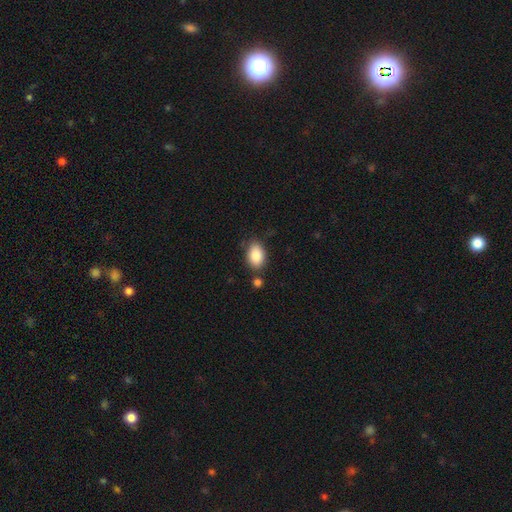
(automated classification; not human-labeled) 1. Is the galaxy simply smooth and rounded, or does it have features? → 87% smooth, 7% star or artifact, 6% featured or disk.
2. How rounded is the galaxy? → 89% in between, 10% round, 1% cigar-shaped.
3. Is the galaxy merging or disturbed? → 76% none, 14% minor disturbance, 7% merger, 3% major disturbance.